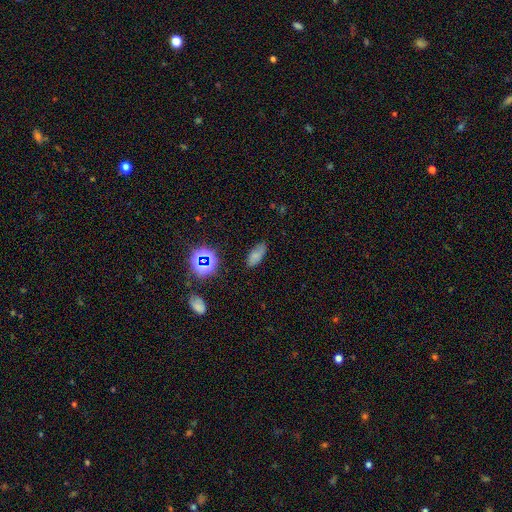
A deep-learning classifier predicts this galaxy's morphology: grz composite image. It shows a smooth galaxy with no disk features (69%) that is in between round and cigar-shaped (85%). Merging: none (75%).